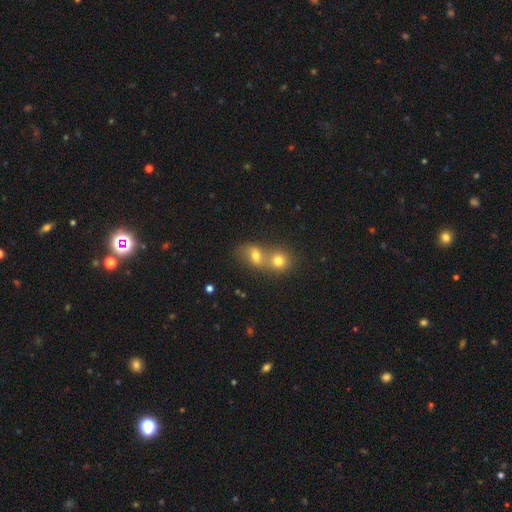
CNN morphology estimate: smooth-or-featured: smooth: 66% | featured or disk: 20% | star or artifact: 14%
  how-rounded: in between: 51% | round: 46% | cigar-shaped: 3%
  merging: merger: 61% | none: 28% | minor disturbance: 7% | major disturbance: 4%